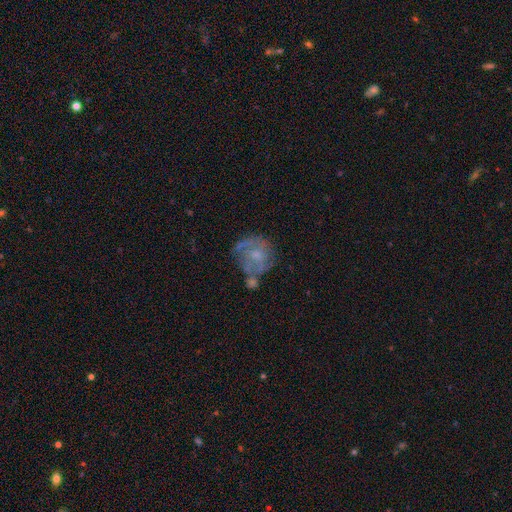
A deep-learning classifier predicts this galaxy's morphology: This appears to be a featured or disk galaxy (60%) with no bar (72%), spiral arms (54%) and a small central bulge (51%). Merging: none (42%).